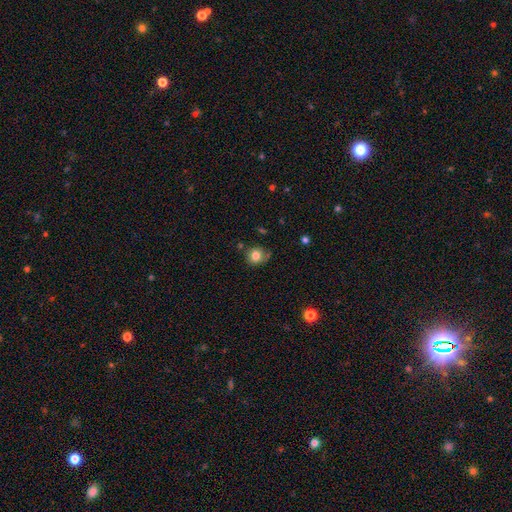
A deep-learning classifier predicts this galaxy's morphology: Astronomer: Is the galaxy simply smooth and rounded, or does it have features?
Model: smooth — 80%.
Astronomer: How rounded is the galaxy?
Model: round — 80%.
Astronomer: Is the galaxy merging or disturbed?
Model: none — 68%.